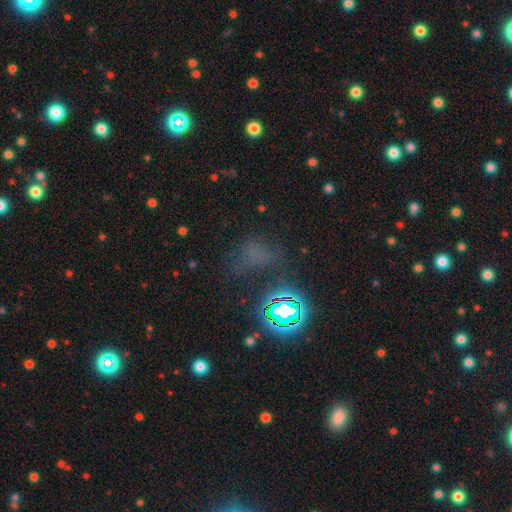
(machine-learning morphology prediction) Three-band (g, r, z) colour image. It shows a star or artifact, not a galaxy (52%).